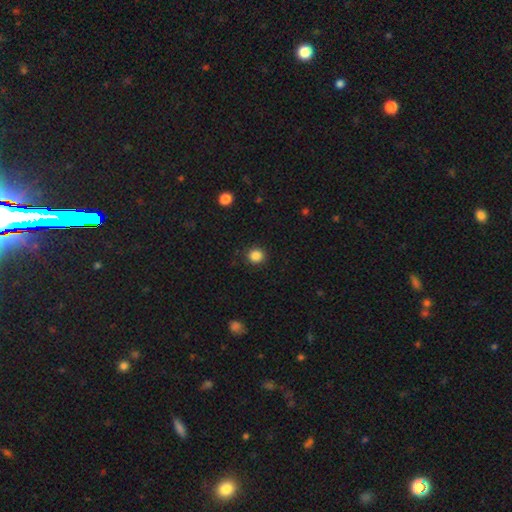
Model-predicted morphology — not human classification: Smooth or featured: smooth — 86% (star or artifact — 11%)
How rounded: round — 91% (in between — 8%)
Merging: none — 91% (minor disturbance — 6%)